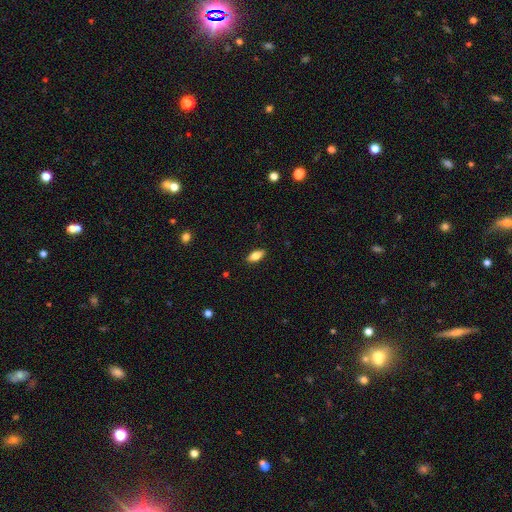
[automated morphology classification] Smooth or featured? smooth (76%)
How rounded? in between (84%)
Merging? none (89%)